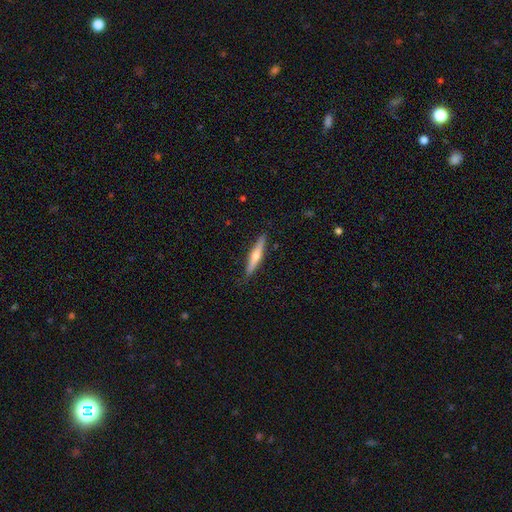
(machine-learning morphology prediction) Smooth or featured? Predicted: featured or disk (p=0.59). Edge-on disk? Predicted: yes (p=0.97). Edge-on bulge? Predicted: rounded (p=0.88). Merging? Predicted: none (p=0.89).